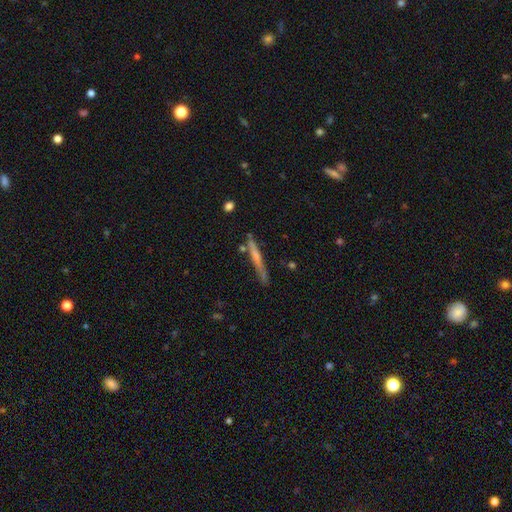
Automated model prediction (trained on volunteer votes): Smooth or featured? smooth (48%)
Merging? none (73%)